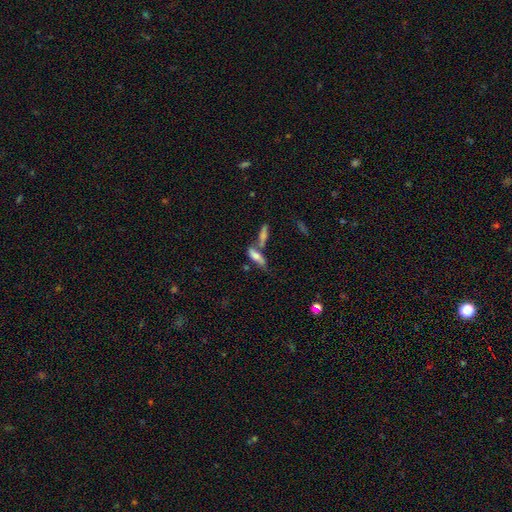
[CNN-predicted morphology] Q: Smooth or featured?
A: smooth (62%); runner-up: featured or disk (29%)
Q: How rounded?
A: in between (51%); runner-up: cigar-shaped (46%)
Q: Merging?
A: merger (42%); runner-up: none (37%)